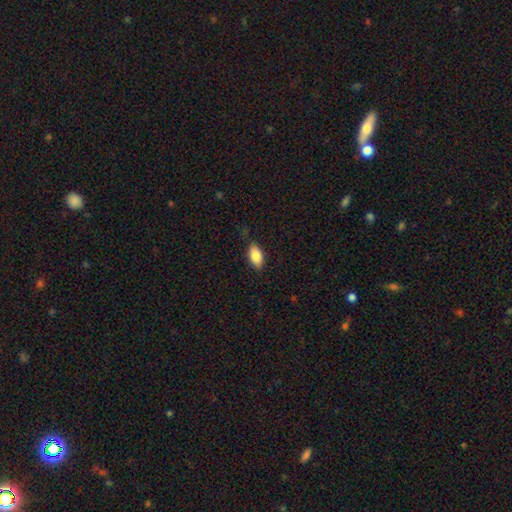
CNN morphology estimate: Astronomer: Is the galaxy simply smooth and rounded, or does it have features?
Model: smooth — 84%.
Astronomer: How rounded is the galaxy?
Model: in between — 90%.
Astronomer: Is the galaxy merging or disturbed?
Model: none — 83%.